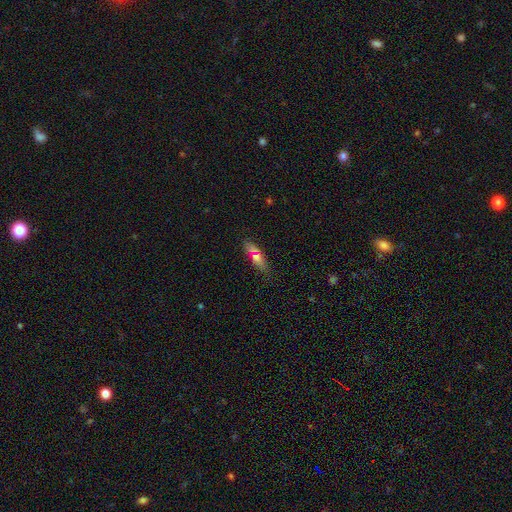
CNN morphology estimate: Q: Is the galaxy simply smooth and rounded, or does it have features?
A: smooth — 67%.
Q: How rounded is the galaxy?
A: in between — 53%.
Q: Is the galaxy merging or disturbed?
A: none — 82%.